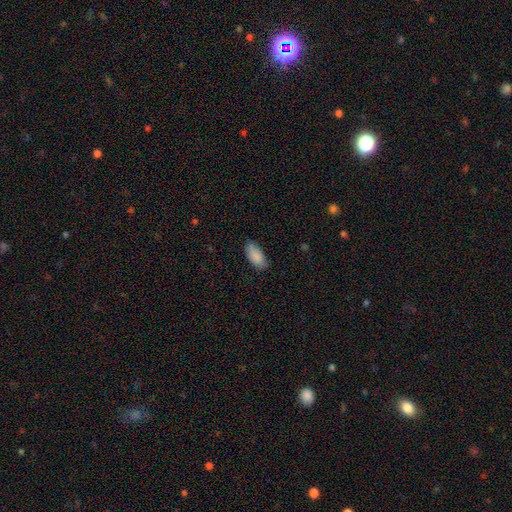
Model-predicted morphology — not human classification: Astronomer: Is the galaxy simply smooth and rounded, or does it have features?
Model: smooth — 87%.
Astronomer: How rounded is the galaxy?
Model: in between — 92%.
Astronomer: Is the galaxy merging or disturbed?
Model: none — 73%.